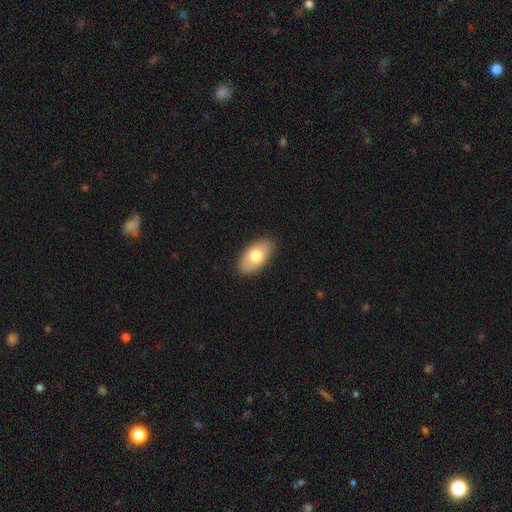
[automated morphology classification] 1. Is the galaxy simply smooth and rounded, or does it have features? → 73% smooth, 21% featured or disk, 6% star or artifact.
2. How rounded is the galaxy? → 93% in between, 5% round, 2% cigar-shaped.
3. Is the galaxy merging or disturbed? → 87% none, 10% minor disturbance, 2% major disturbance, 1% merger.